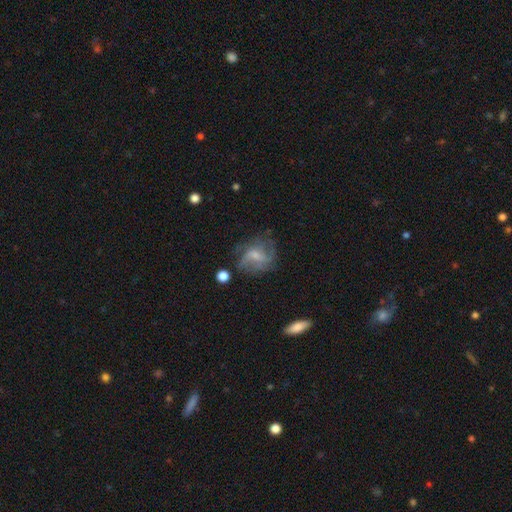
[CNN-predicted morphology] Smooth or featured? Predicted: featured or disk (p=0.64). Edge-on disk? Predicted: no (p=0.97). Bar? Predicted: no (p=0.46). Spiral arms? Predicted: yes (p=0.82). Spiral winding? Predicted: loose (p=0.41). Spiral arm count? Predicted: can't tell (p=0.31). Bulge size? Predicted: small (p=0.53). Merging? Predicted: none (p=0.56).